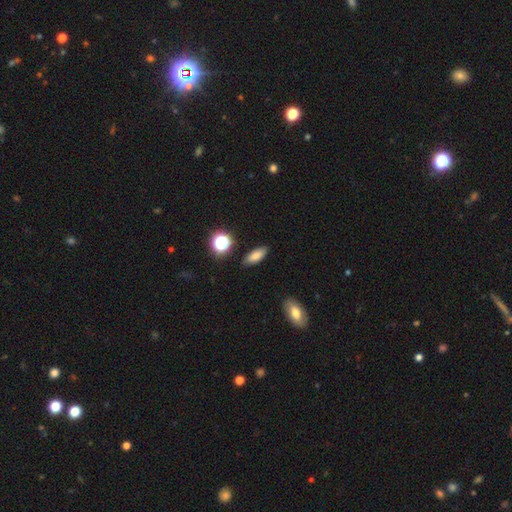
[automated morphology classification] Smooth or featured: smooth — 81% (star or artifact — 10%)
How rounded: in between — 76% (cigar-shaped — 19%)
Merging: none — 87% (minor disturbance — 9%)